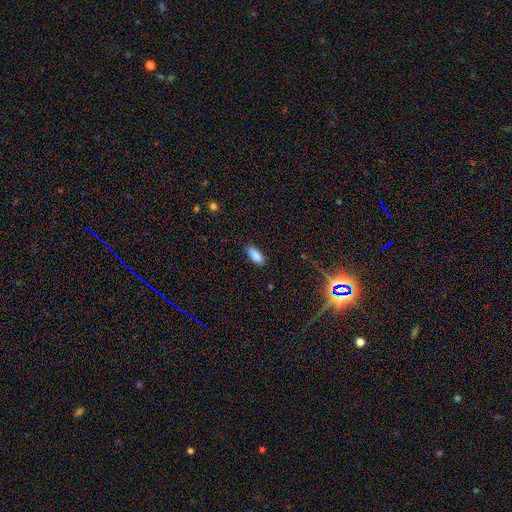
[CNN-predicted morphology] Q: Smooth or featured?
A: smooth (87%); runner-up: star or artifact (8%)
Q: How rounded?
A: in between (81%); runner-up: cigar-shaped (17%)
Q: Merging?
A: none (85%); runner-up: minor disturbance (11%)